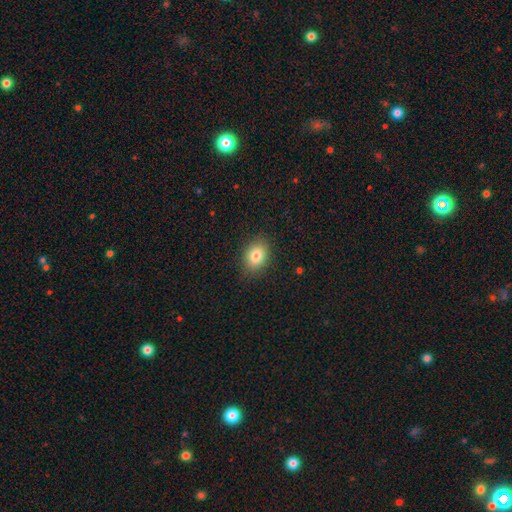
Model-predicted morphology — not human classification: This is clearly a smooth galaxy (81%). How rounded: likely in between (67%). Merging: clearly none (86%).